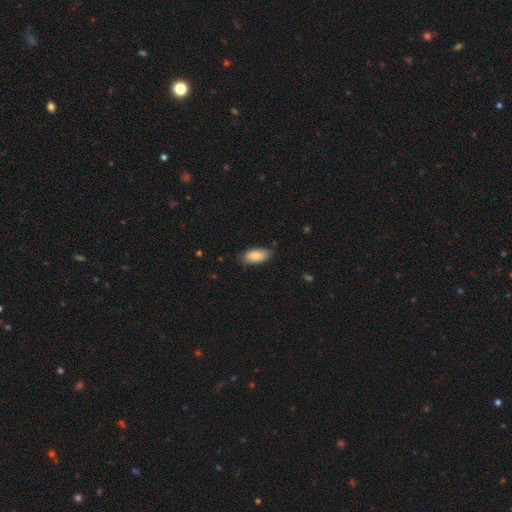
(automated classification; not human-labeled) The model was most divided on "merging": none: 73%, minor disturbance: 22%, major disturbance: 3%, merger: 1%. More confident: how rounded — in between (92%); smooth or featured — smooth (87%).